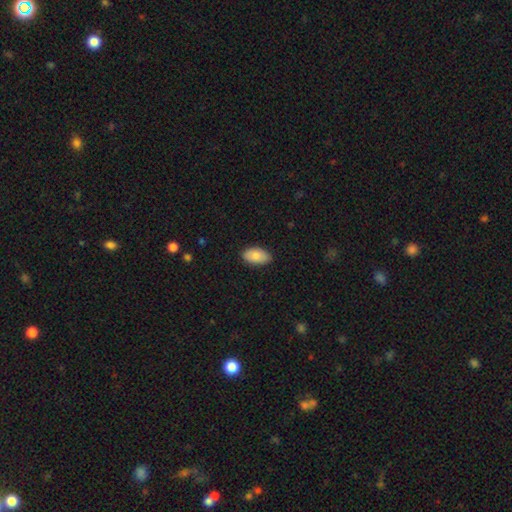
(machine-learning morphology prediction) This is clearly a smooth galaxy (83%). How rounded: clearly in between (95%). Merging: clearly none (85%).